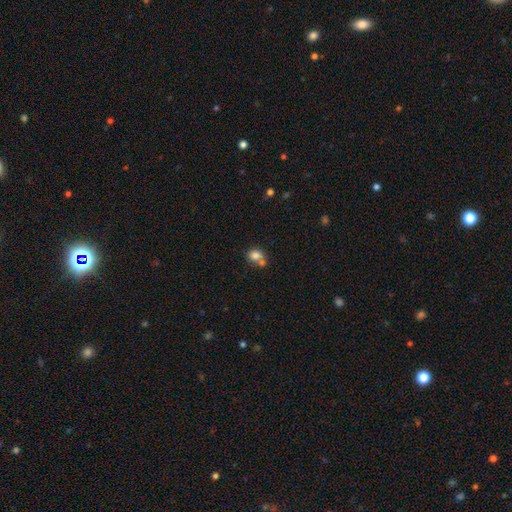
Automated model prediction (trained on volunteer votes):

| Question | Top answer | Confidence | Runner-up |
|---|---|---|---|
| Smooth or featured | smooth | 79% | star or artifact (11%) |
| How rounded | round | 62% | in between (37%) |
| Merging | none | 43% | merger (42%) |